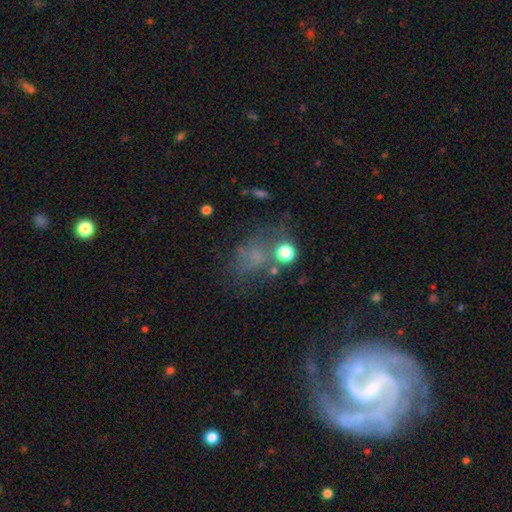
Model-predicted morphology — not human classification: A smooth galaxy with no disk features (41%).

Vote fractions:
- Smooth or featured? smooth: 41% / featured or disk: 31% / star or artifact: 28%
- Merging? none: 42% / major disturbance: 27% / minor disturbance: 20% / merger: 12%